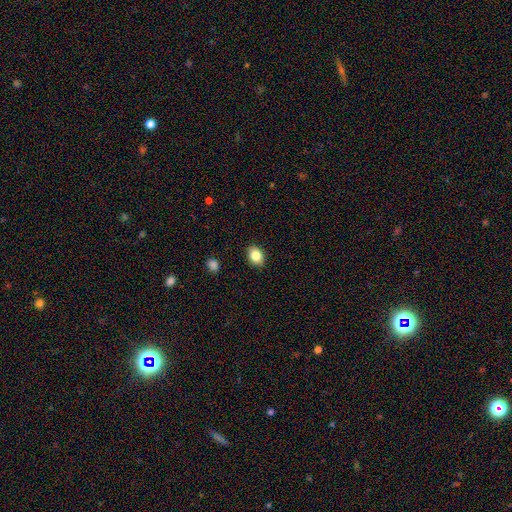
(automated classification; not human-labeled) A smooth galaxy with no disk features (84%) that is in between round and cigar-shaped (64%). Merging: none (89%).